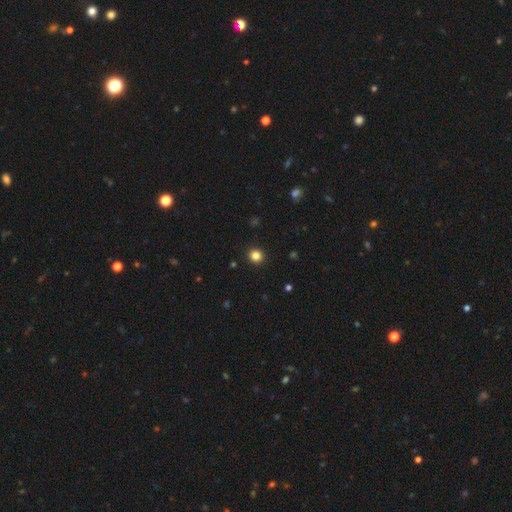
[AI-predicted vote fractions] Morphology: type=smooth (84%); roundness=round (93%); merging=none (93%).